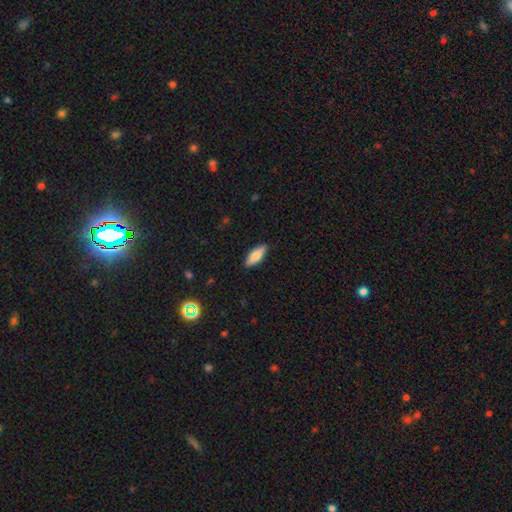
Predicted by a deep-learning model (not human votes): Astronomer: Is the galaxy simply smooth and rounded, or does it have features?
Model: smooth — 73%.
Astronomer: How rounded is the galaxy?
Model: in between — 60% (runner-up: cigar-shaped, 37%).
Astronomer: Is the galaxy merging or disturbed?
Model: none — 89%.